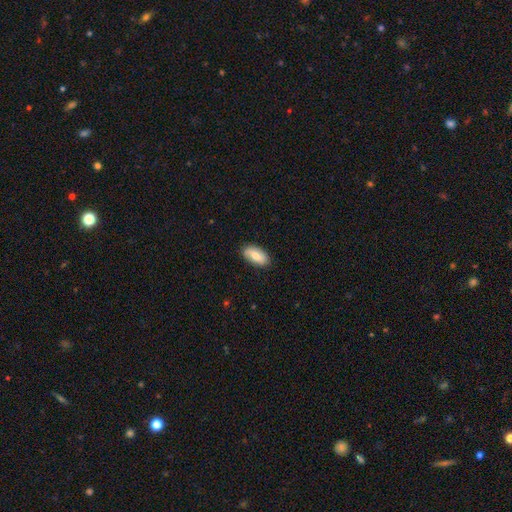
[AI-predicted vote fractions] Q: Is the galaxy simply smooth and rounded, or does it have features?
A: smooth — 68%.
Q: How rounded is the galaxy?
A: in between — 91%.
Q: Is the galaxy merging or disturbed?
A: none — 85%.